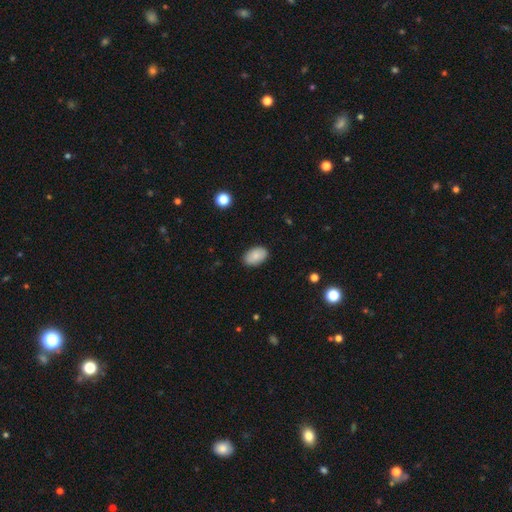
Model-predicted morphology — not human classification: Overall: smooth (85%). How rounded: in between (91%). Merging: none (87%).